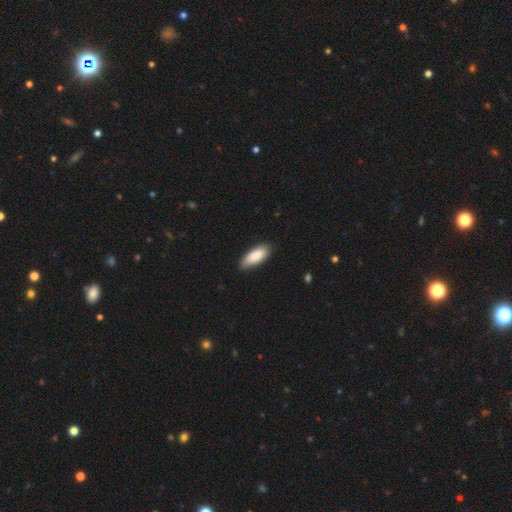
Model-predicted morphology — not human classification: Smooth or featured? smooth (88%)
How rounded? in between (79%)
Merging? none (81%)